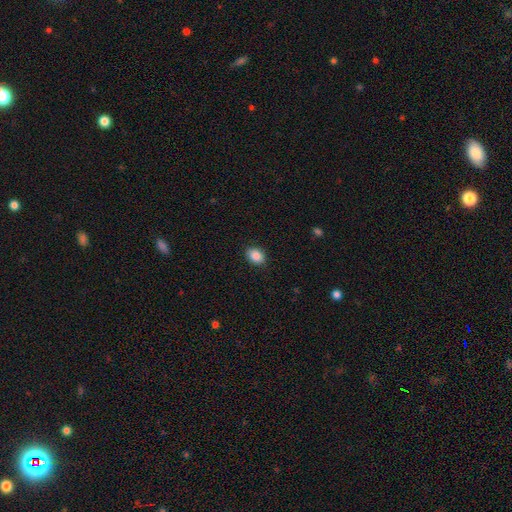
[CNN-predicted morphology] This is clearly a smooth galaxy (89%). How rounded: likely in between (74%). Merging: clearly none (88%).